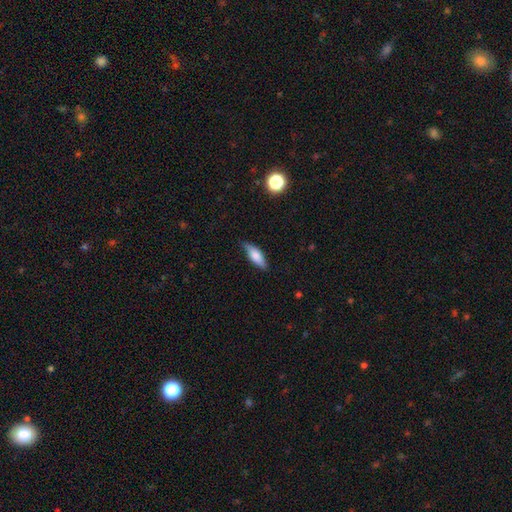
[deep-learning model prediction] This is likely a smooth galaxy (69%). How rounded: possibly in between (57%). Merging: likely none (76%).